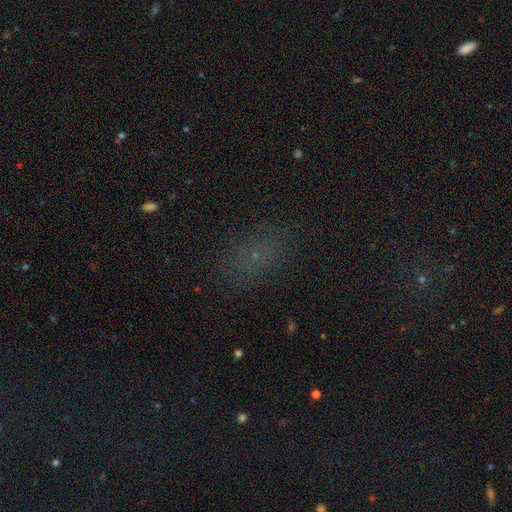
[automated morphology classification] A smooth galaxy with no disk features (52%) that is in between round and cigar-shaped (72%).

Vote fractions:
- Smooth or featured? smooth: 52% / star or artifact: 36% / featured or disk: 11%
- How rounded? in between: 72% / round: 25% / cigar-shaped: 3%
- Merging? none: 79% / minor disturbance: 14% / major disturbance: 6% / merger: 2%